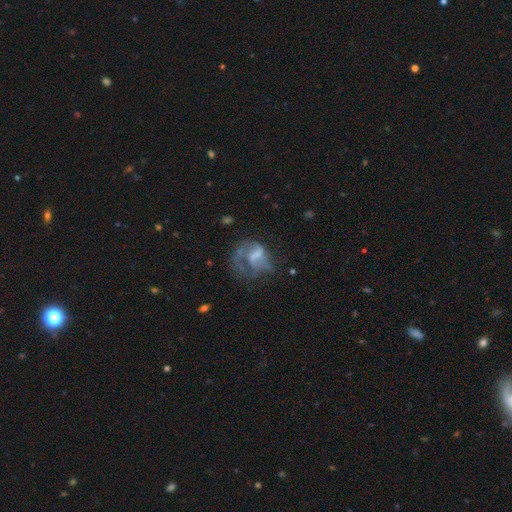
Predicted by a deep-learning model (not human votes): Smooth or featured? Predicted: featured or disk (p=0.61). Edge-on disk? Predicted: no (p=0.98). Bar? Predicted: no (p=0.47). Spiral arms? Predicted: yes (p=0.59). Bulge size? Predicted: none (p=0.46). Merging? Predicted: major disturbance (p=0.48).